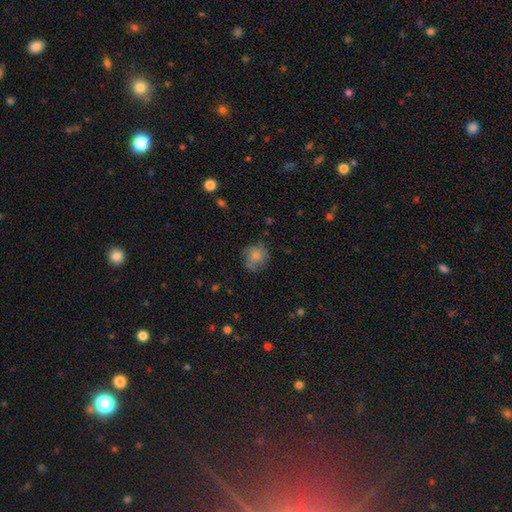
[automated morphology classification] The model was most divided on "smooth or featured": smooth: 69%, featured or disk: 22%, star or artifact: 9%. More confident: how rounded — round (80%); merging — none (70%).